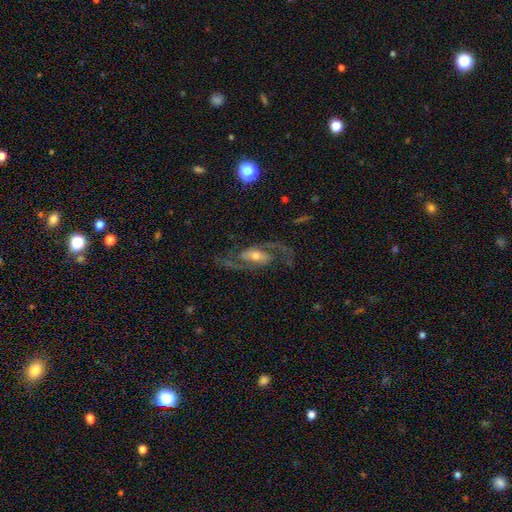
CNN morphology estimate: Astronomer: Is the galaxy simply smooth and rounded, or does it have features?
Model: featured or disk — 89%.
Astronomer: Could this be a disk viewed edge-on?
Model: no — 96%.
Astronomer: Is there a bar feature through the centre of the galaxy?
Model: weak — 39% (runner-up: no, 36%).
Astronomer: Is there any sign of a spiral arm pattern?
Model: yes — 97%.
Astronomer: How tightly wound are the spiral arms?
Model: medium — 56% (runner-up: loose, 31%).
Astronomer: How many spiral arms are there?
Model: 2 — 94%.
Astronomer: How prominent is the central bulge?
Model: moderate — 59%.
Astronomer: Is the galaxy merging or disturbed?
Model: none — 78%.